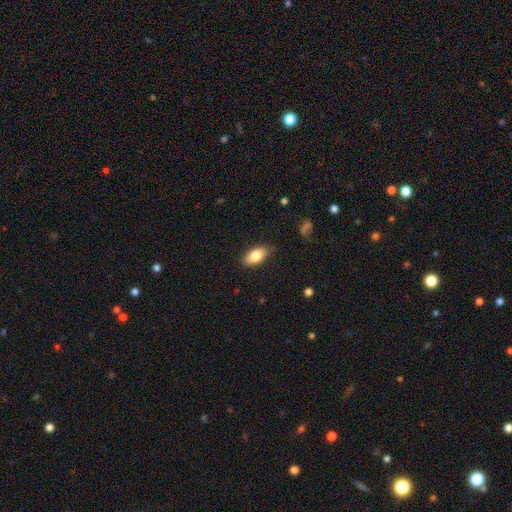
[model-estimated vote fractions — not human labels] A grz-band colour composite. It shows a smooth galaxy with no disk features (81%) that is in between round and cigar-shaped (91%). Merging: none (83%).